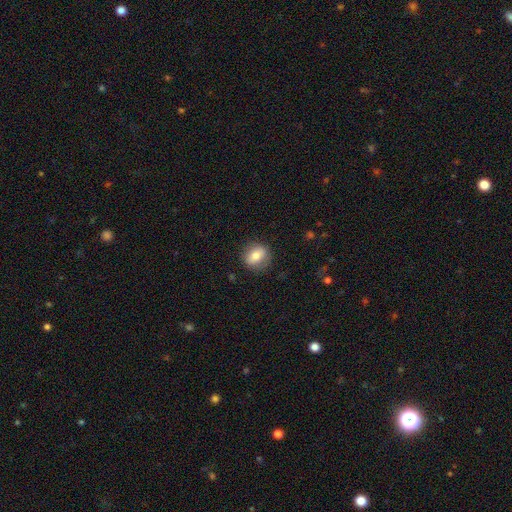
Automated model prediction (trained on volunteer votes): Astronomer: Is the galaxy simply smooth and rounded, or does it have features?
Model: smooth — 73%.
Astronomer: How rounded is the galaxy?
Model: round — 66%.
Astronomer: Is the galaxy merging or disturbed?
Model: none — 83%.